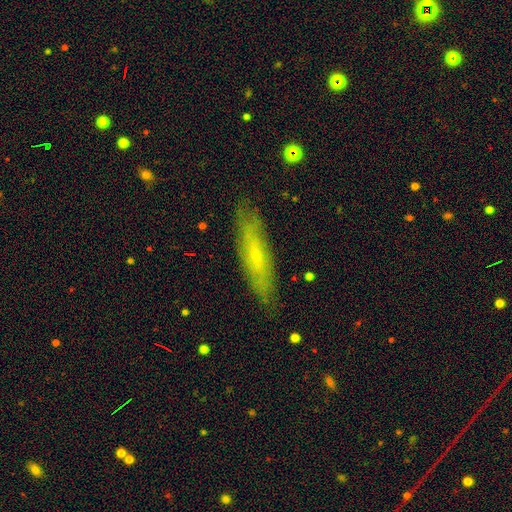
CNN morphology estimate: A featured or disk galaxy (46%, tied with smooth). Merging: none (84%).